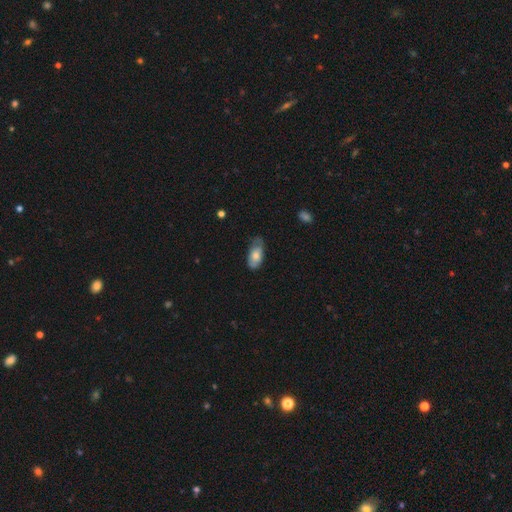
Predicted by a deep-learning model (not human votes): Smooth or featured? Predicted: smooth (p=0.65). How rounded? Predicted: in between (p=0.90). Merging? Predicted: none (p=0.53).